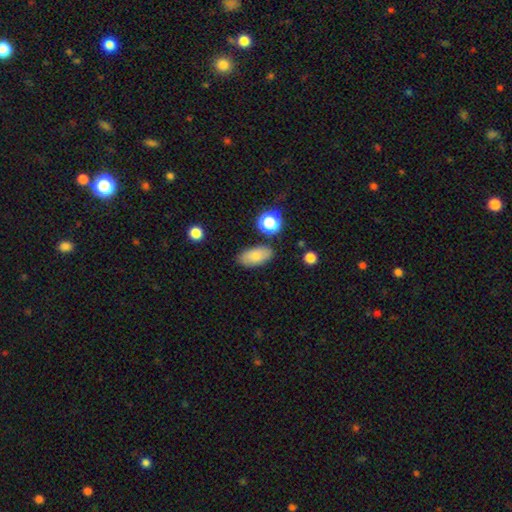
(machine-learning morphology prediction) smooth 79%, featured or disk 13%, star or artifact 9%. Down the decision tree: how rounded — in between (90%); merging — none (82%).